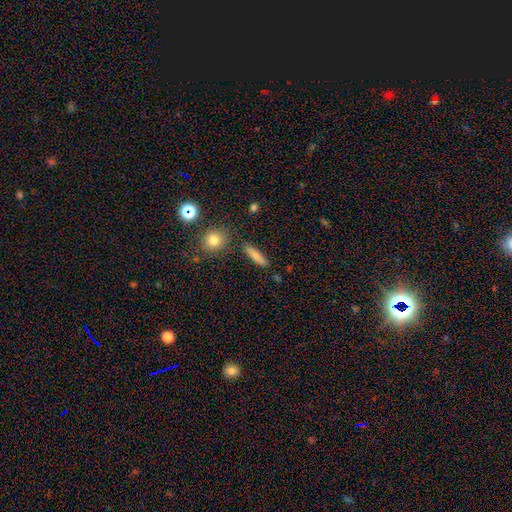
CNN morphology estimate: type=smooth (76%); roundness=cigar-shaped (67%); merging=none (84%).